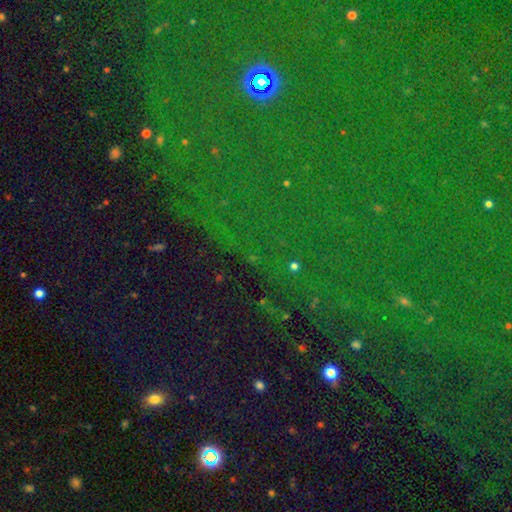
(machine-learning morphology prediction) Smooth or featured: star or artifact — 84% (smooth — 9%)